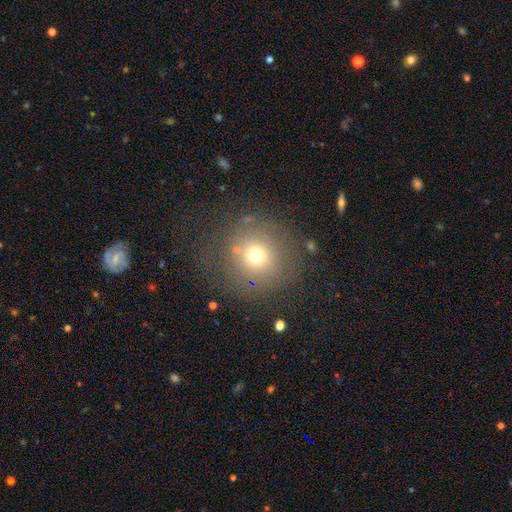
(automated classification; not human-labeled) smooth-or-featured: smooth: 68% | star or artifact: 18% | featured or disk: 14%
  how-rounded: round: 92% | in between: 7% | cigar-shaped: 1%
  merging: none: 77% | minor disturbance: 12% | major disturbance: 8% | merger: 2%